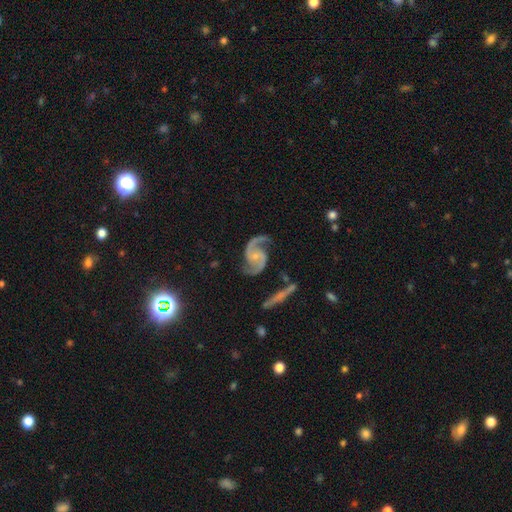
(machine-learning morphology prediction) Q: Smooth or featured?
A: featured or disk (93%); runner-up: star or artifact (4%)
Q: Edge-on disk?
A: no (98%); runner-up: yes (2%)
Q: Bar?
A: no (58%); runner-up: weak (33%)
Q: Spiral arms?
A: yes (98%); runner-up: no (2%)
Q: Spiral winding?
A: medium (57%); runner-up: loose (31%)
Q: Spiral arm count?
A: 2 (94%); runner-up: 1 (1%)
Q: Bulge size?
A: small (63%); runner-up: moderate (24%)
Q: Merging?
A: none (74%); runner-up: minor disturbance (16%)